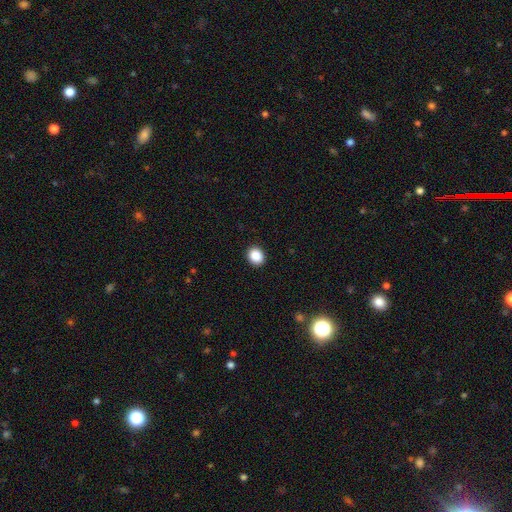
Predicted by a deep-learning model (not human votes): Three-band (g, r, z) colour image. It shows a smooth galaxy with no disk features (89%) that is round (63%). Merging: none (91%).